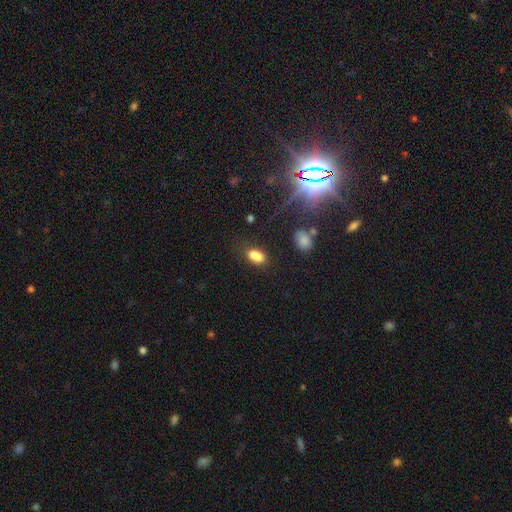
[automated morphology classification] A smooth galaxy with no disk features (81%) that is in between round and cigar-shaped (87%).

Vote fractions:
- Smooth or featured? smooth: 81% / star or artifact: 12% / featured or disk: 7%
- How rounded? in between: 87% / round: 9% / cigar-shaped: 3%
- Merging? none: 61% / minor disturbance: 20% / merger: 12% / major disturbance: 7%